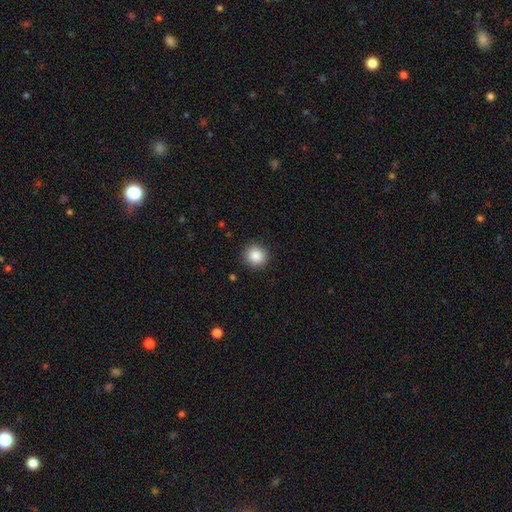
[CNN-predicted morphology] smooth_or_featured: smooth (p=0.87) [alt: star or artifact p=0.09]
how_rounded: round (p=0.91) [alt: in between p=0.08]
merging: none (p=0.90) [alt: minor disturbance p=0.07]